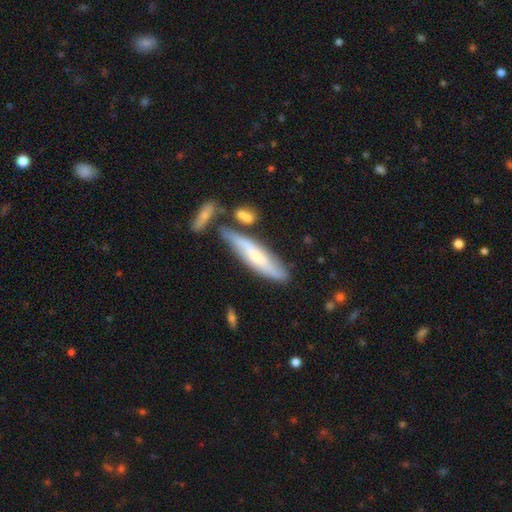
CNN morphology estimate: This is possibly a featured or disk galaxy (48%). Merging: likely none (64%).